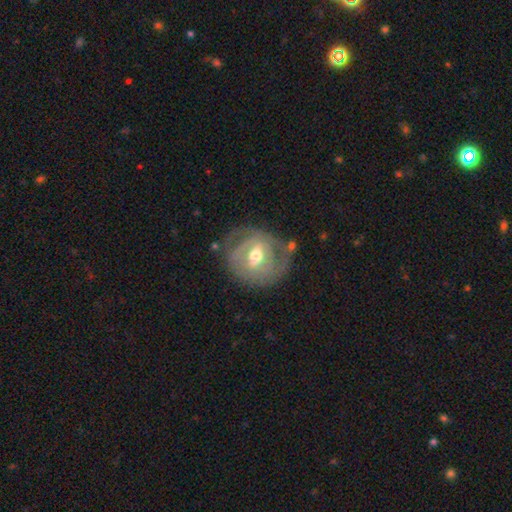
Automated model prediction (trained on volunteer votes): Morphology: type=featured or disk (70%); edge-on=no (95%); bar=weak (45%); spiral arms=yes (55%); bulge=moderate (74%); merging=none (62%).